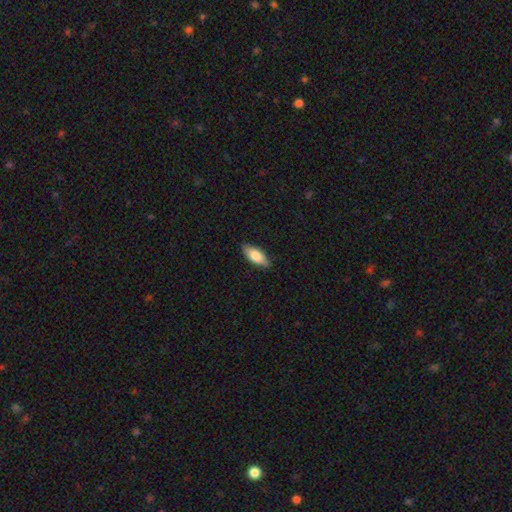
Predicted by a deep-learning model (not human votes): This is likely a smooth galaxy (79%). How rounded: clearly in between (82%). Merging: clearly none (86%).